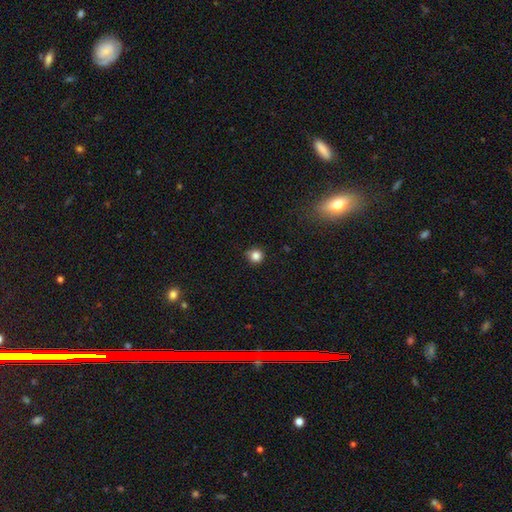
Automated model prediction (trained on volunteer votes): Overall: smooth (84%). How rounded: round (93%). Merging: none (81%).